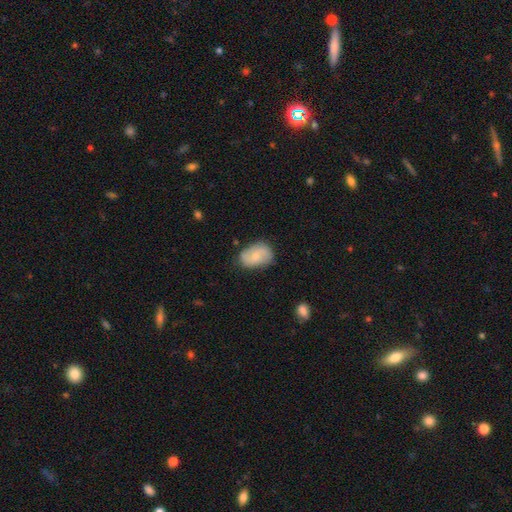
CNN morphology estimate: Smooth or featured: smooth — 49% (featured or disk — 45%)
Merging: none — 70% (minor disturbance — 23%)